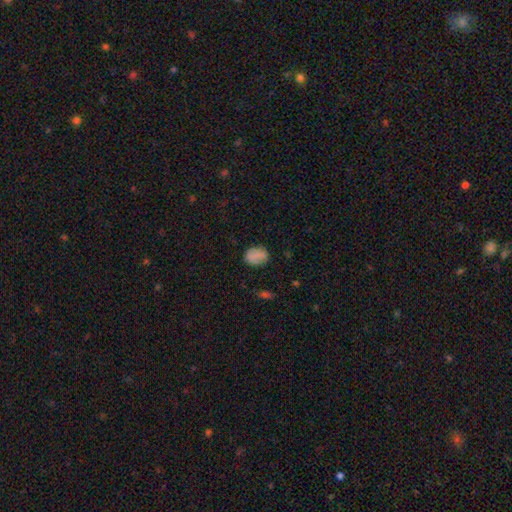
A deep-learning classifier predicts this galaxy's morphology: This appears to be a smooth galaxy with no disk features (83%) that is in between round and cigar-shaped (64%). Merging: none (78%).